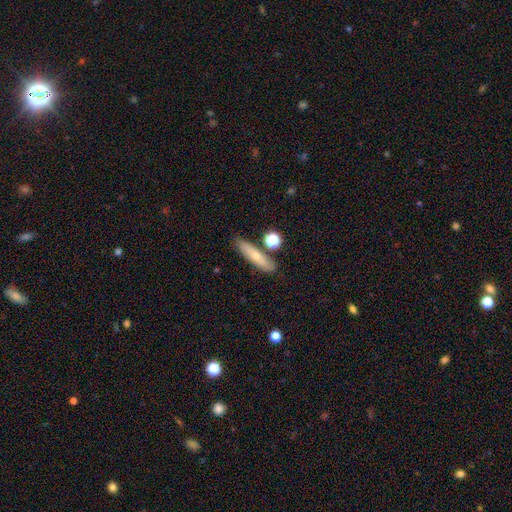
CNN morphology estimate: Smooth or featured?
  - smooth: 61% *
  - featured or disk: 31%
  - star or artifact: 8%
How rounded?
  - cigar-shaped: 73% *
  - in between: 24%
  - round: 4%
Merging?
  - none: 78% *
  - minor disturbance: 11%
  - merger: 8%
  - major disturbance: 3%